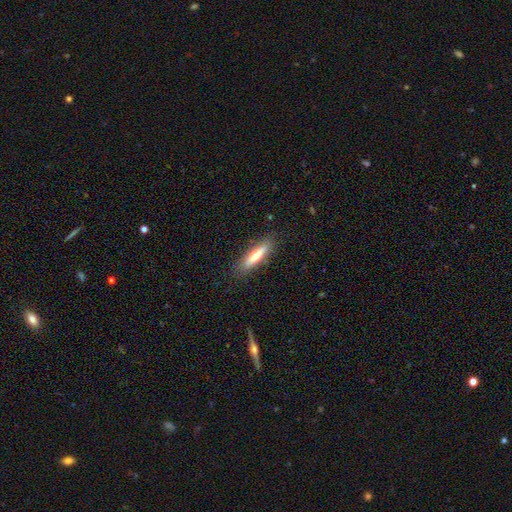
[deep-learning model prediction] Smooth or featured? smooth (59%)
How rounded? cigar-shaped (76%)
Merging? none (86%)